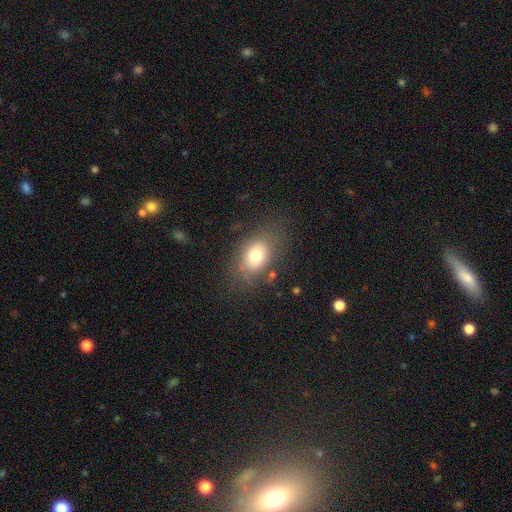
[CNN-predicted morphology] Smooth or featured? Predicted: smooth (p=0.74). How rounded? Predicted: in between (p=0.72). Merging? Predicted: none (p=0.73).